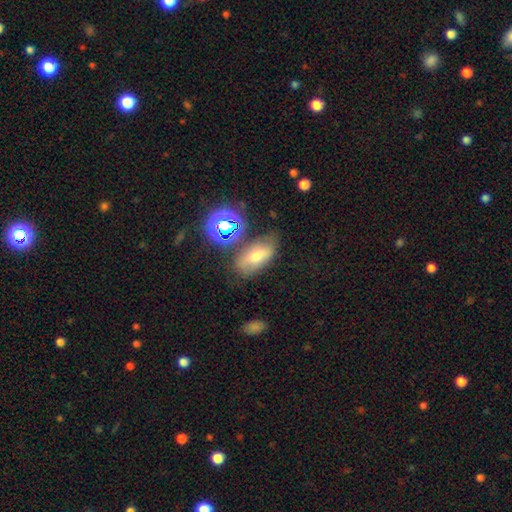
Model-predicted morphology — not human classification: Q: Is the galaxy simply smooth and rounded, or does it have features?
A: smooth — 57%.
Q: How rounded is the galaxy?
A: in between — 81%.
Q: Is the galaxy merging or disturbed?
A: none — 68%.